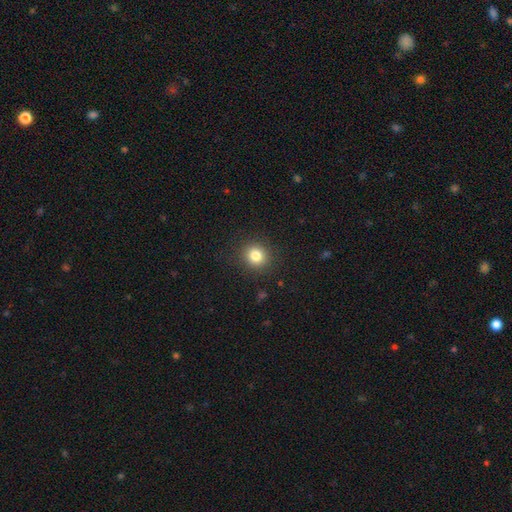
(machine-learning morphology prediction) Smooth or featured? smooth (82%)
How rounded? round (86%)
Merging? none (89%)